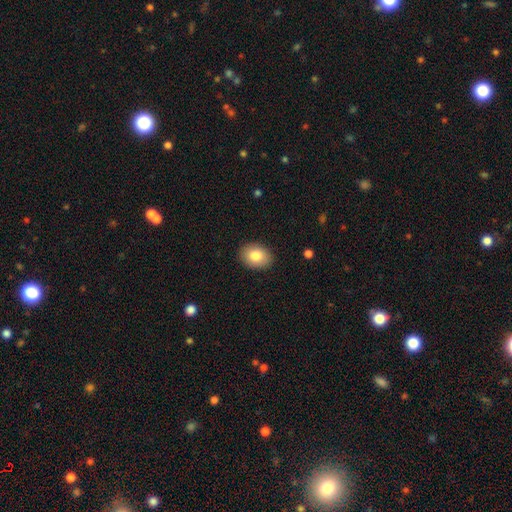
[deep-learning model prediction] Smooth or featured? smooth (83%)
How rounded? in between (74%)
Merging? none (89%)